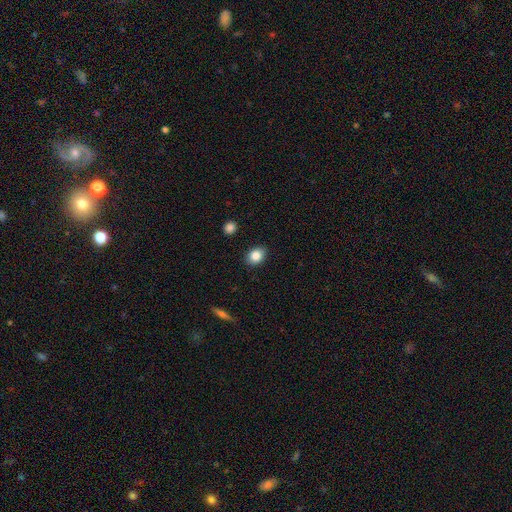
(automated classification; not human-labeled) smooth_or_featured: smooth (p=0.85) [alt: star or artifact p=0.09]
how_rounded: in between (p=0.61) [alt: round p=0.37]
merging: none (p=0.88) [alt: minor disturbance p=0.08]